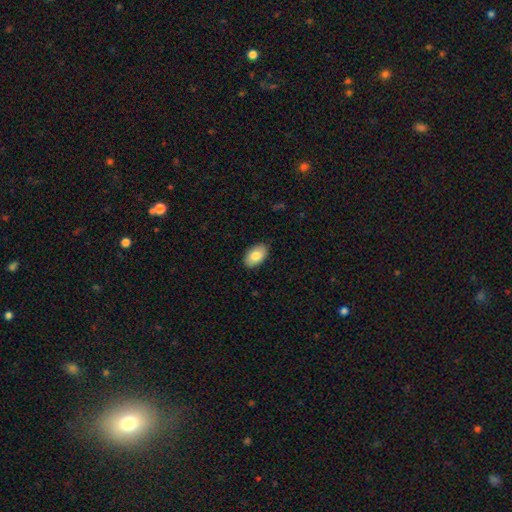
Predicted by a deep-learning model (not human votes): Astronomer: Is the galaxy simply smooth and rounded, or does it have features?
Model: smooth — 83%.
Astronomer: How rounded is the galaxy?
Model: in between — 93%.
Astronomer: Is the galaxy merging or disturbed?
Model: none — 87%.